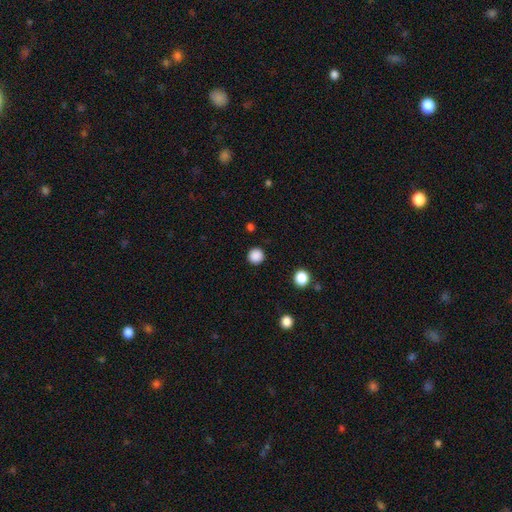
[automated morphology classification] smooth_or_featured: smooth (p=0.87) [alt: star or artifact p=0.11]
how_rounded: round (p=0.95) [alt: in between p=0.04]
merging: none (p=0.92) [alt: minor disturbance p=0.05]